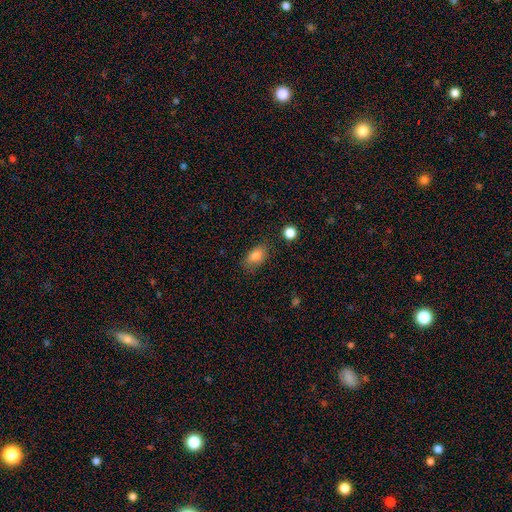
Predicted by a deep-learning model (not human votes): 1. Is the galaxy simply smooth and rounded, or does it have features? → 82% smooth, 9% star or artifact, 9% featured or disk.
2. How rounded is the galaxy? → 87% in between, 9% round, 4% cigar-shaped.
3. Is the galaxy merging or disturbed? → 76% none, 17% minor disturbance, 4% major disturbance, 2% merger.